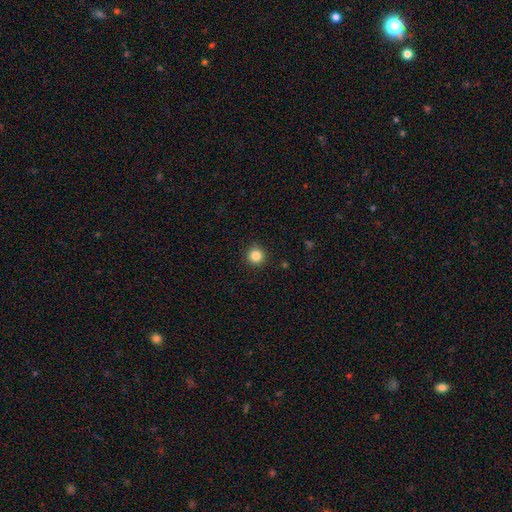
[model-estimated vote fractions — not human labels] Smooth or featured? smooth (85%)
How rounded? round (96%)
Merging? none (92%)